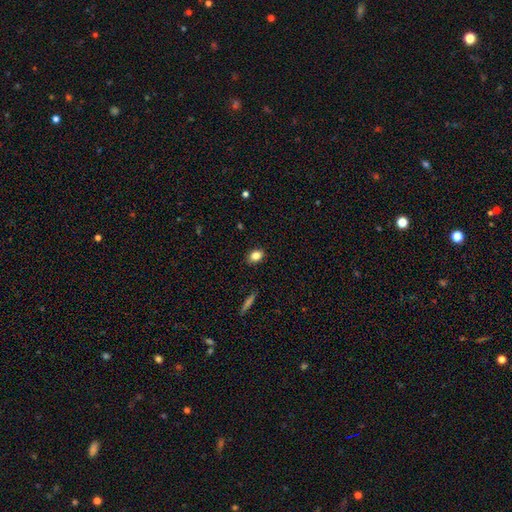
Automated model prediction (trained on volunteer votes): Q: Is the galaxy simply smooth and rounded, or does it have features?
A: smooth — 84%.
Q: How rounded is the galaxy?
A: in between — 77%.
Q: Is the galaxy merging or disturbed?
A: none — 88%.